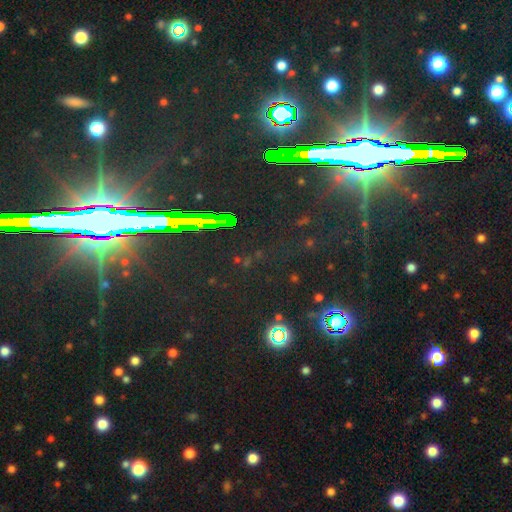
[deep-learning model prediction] Overall: star or artifact (81%).